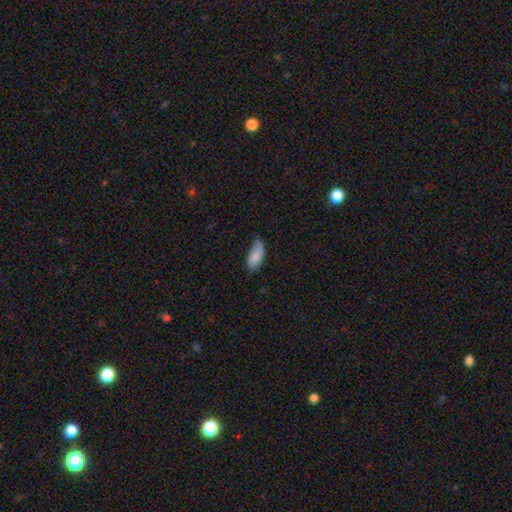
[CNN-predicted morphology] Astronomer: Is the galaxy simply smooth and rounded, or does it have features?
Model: smooth — 83%.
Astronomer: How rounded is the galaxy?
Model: in between — 87%.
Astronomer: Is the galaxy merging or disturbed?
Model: none — 47% (runner-up: minor disturbance, 39%).